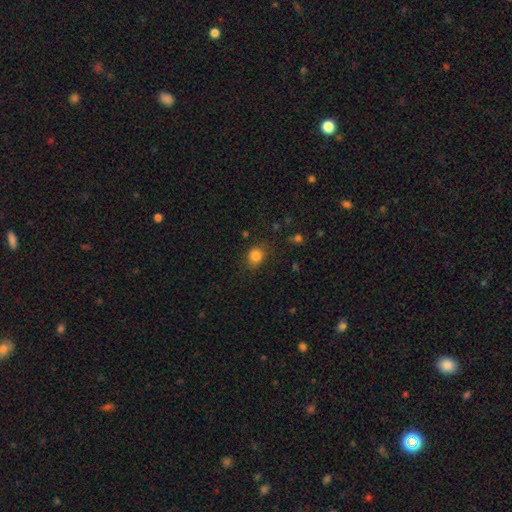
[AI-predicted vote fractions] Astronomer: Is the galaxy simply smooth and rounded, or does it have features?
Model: smooth — 83%.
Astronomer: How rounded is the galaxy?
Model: round — 69%.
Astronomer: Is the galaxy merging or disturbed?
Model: none — 78%.